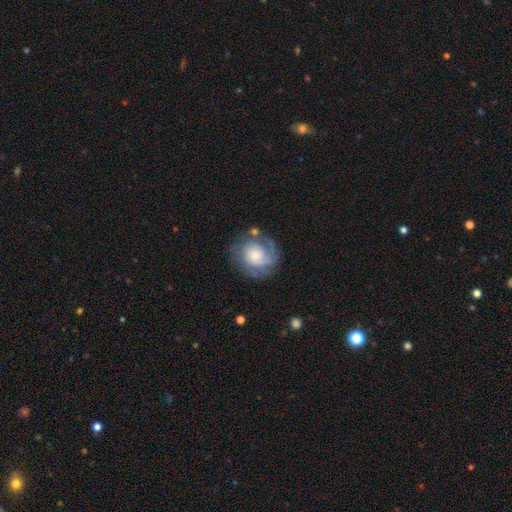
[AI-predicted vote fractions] Smooth or featured: featured or disk — 61% (smooth — 31%)
Edge-on disk: no — 98% (yes — 2%)
Bar: no — 77% (weak — 21%)
Spiral arms: yes — 84% (no — 16%)
Spiral winding: tight — 55% (medium — 32%)
Spiral arm count: can't tell — 39% (2 — 25%)
Bulge size: moderate — 37% (small — 28%)
Merging: none — 66% (minor disturbance — 19%)